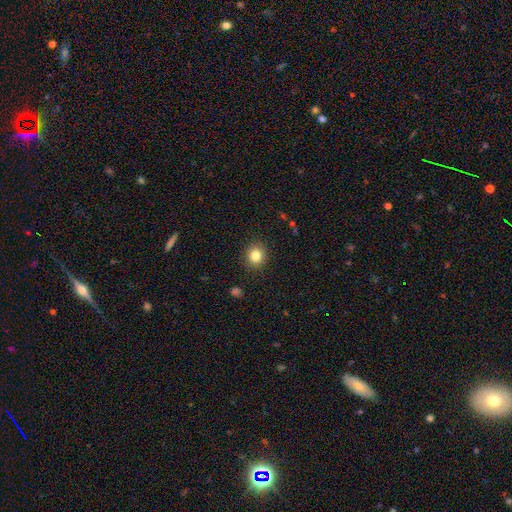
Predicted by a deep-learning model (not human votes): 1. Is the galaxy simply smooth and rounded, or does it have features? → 83% smooth, 11% star or artifact, 7% featured or disk.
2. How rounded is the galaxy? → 82% round, 18% in between, 1% cigar-shaped.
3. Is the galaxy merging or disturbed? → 90% none, 7% minor disturbance, 2% major disturbance, 1% merger.